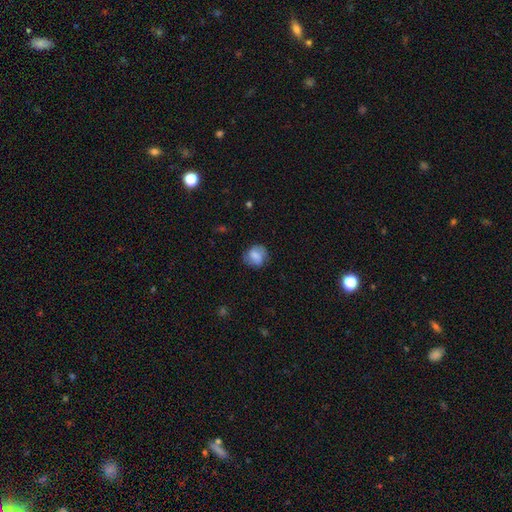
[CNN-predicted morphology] Smooth or featured? smooth (73%)
How rounded? round (76%)
Merging? none (73%)